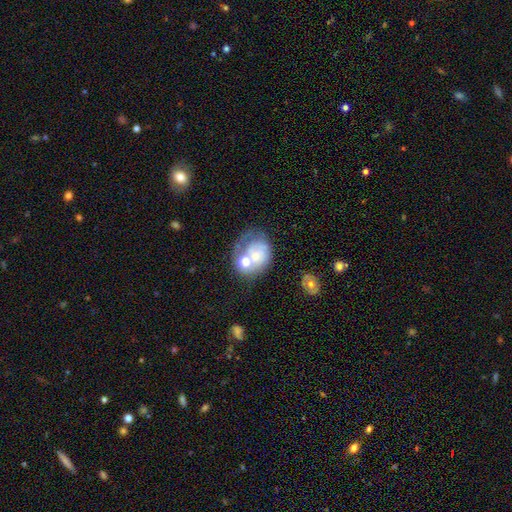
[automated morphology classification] This appears to be a featured or disk galaxy (49%). Merging: merger (45%).